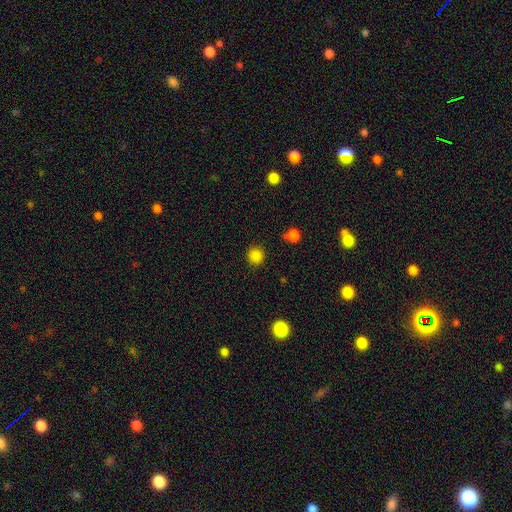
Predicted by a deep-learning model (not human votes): This appears to be a smooth galaxy with no disk features (85%) that is round (93%). Merging: none (88%).